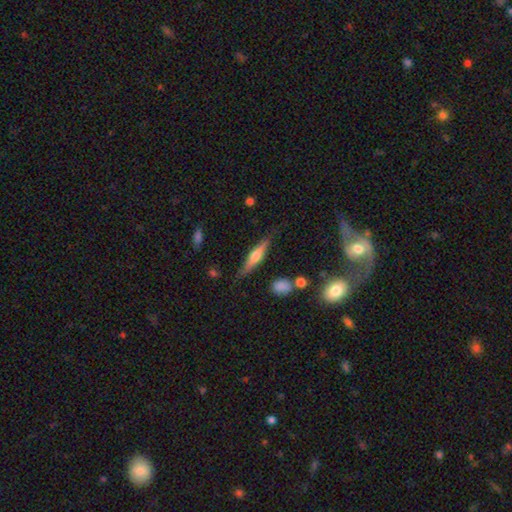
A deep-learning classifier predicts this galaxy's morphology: featured or disk 55%, smooth 39%, star or artifact 7%. Down the decision tree: edge-on disk — yes (95%); edge-on bulge — rounded (84%); merging — none (81%).